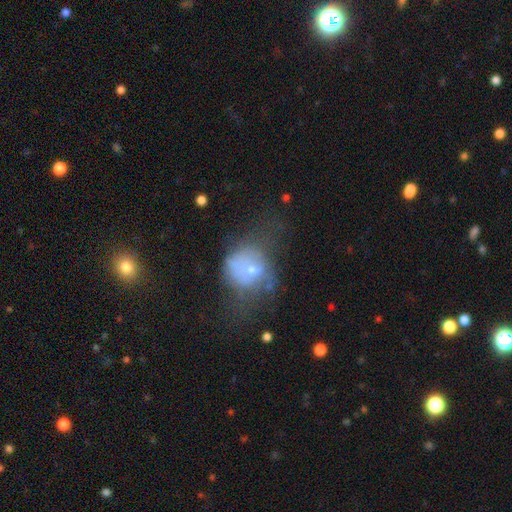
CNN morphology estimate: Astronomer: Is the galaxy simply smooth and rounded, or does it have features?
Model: featured or disk — 43% (runner-up: smooth, 34%).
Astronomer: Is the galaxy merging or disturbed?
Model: none — 37% (runner-up: major disturbance, 33%).